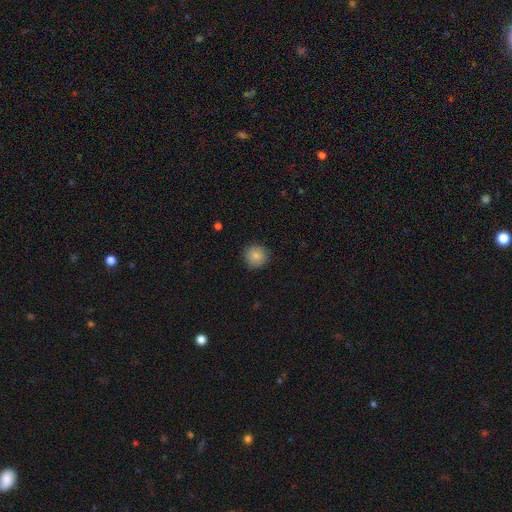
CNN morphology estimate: This is clearly a smooth galaxy (85%). How rounded: clearly round (92%). Merging: clearly none (88%).